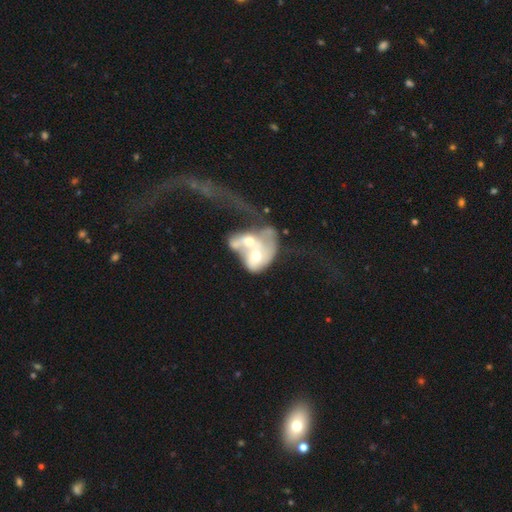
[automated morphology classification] The model was most divided on "smooth or featured": featured or disk: 56%, smooth: 36%, star or artifact: 8%. More confident: edge-on disk — no (96%); bar — no (82%); spiral arms — no (75%); merging — merger (75%); bulge size — moderate (65%).